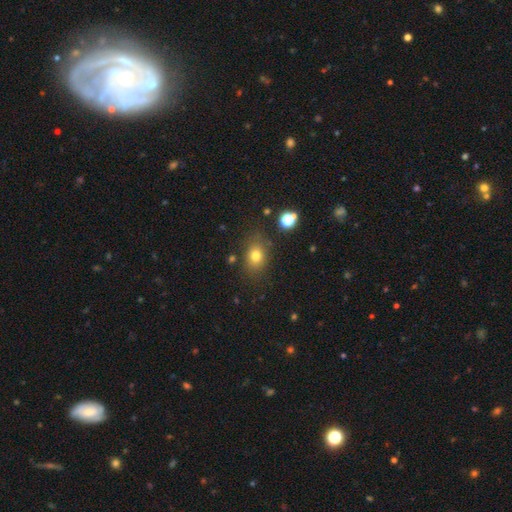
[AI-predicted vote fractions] A smooth galaxy with no disk features (76%) that is in between round and cigar-shaped (61%).

Vote fractions:
- Smooth or featured? smooth: 76% / star or artifact: 14% / featured or disk: 10%
- How rounded? in between: 61% / round: 38% / cigar-shaped: 1%
- Merging? none: 80% / minor disturbance: 13% / major disturbance: 4% / merger: 3%